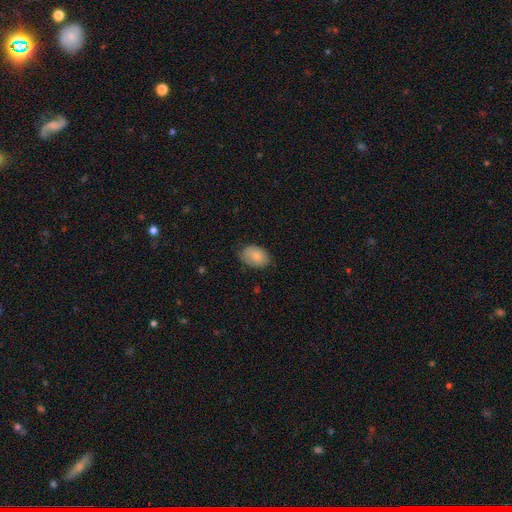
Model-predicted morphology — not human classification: A smooth galaxy with no disk features (81%) that is in between round and cigar-shaped (82%). Merging: none (74%).